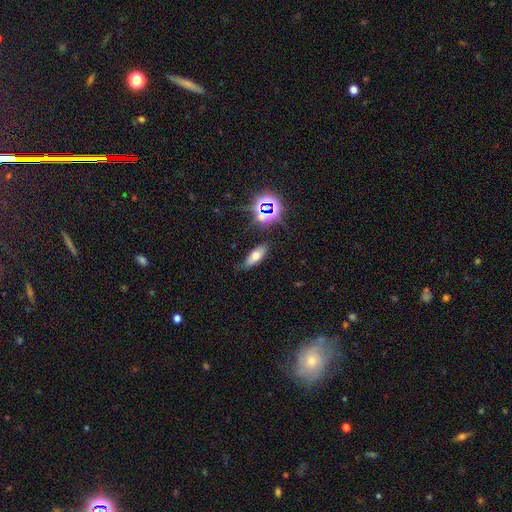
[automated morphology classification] A smooth galaxy with no disk features (62%) that is in between round and cigar-shaped (71%). Merging: none (78%).